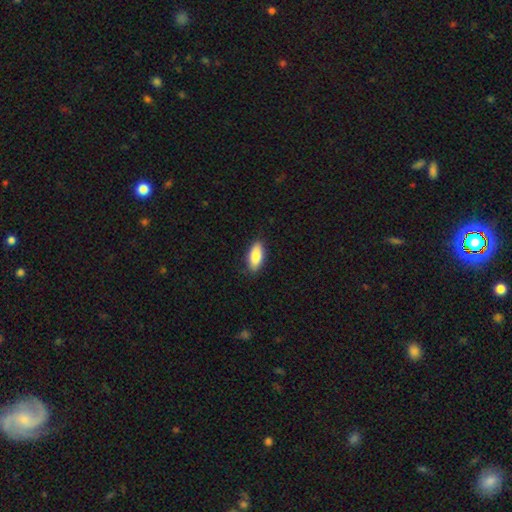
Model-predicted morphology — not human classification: Smooth or featured? smooth (85%)
How rounded? in between (85%)
Merging? none (86%)